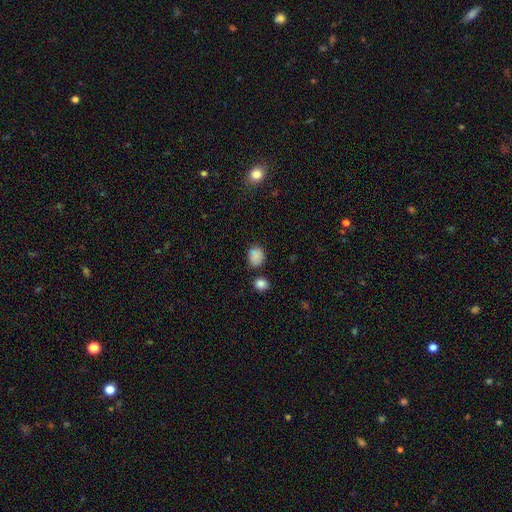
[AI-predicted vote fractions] Smooth or featured? smooth (84%)
How rounded? round (58%)
Merging? none (70%)